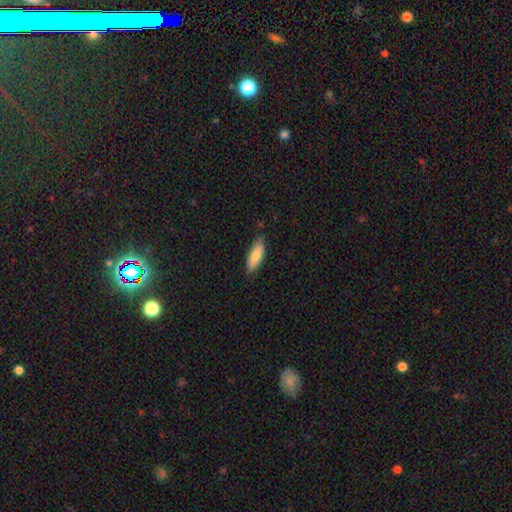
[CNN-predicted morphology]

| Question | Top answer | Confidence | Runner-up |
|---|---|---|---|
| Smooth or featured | smooth | 79% | featured or disk (15%) |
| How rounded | in between | 62% | cigar-shaped (36%) |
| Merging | none | 80% | minor disturbance (16%) |